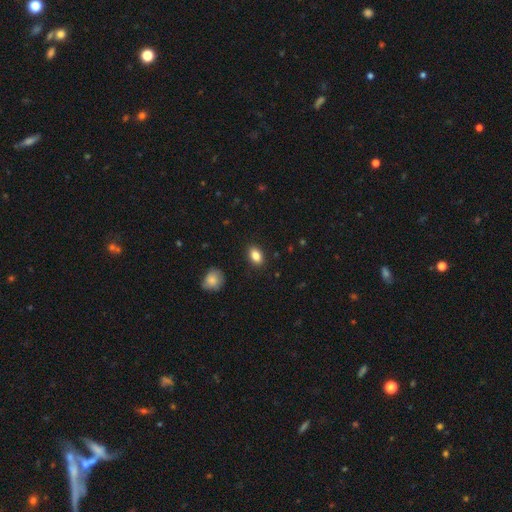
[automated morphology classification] Smooth or featured? smooth (85%)
How rounded? in between (85%)
Merging? none (88%)